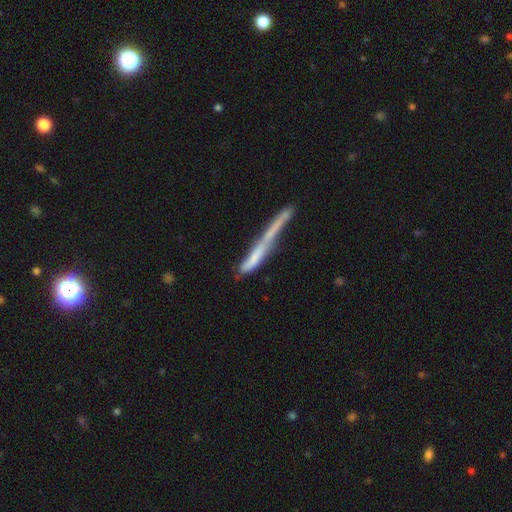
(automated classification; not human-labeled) Q: Smooth or featured?
A: smooth (52%); runner-up: featured or disk (40%)
Q: How rounded?
A: cigar-shaped (94%); runner-up: in between (4%)
Q: Merging?
A: none (35%); runner-up: merger (28%)